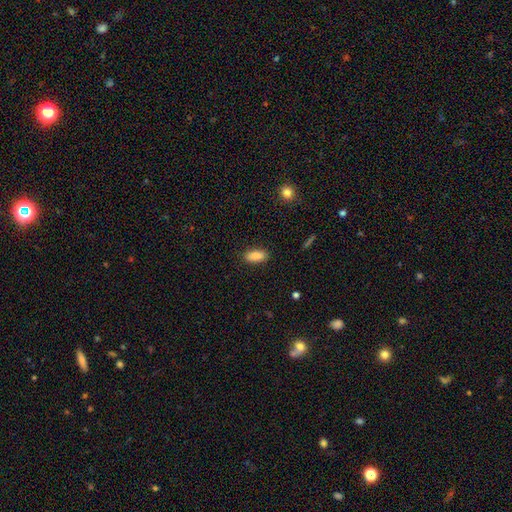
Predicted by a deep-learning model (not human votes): This appears to be a smooth galaxy with no disk features (87%) that is in between round and cigar-shaped (83%). Merging: none (88%).